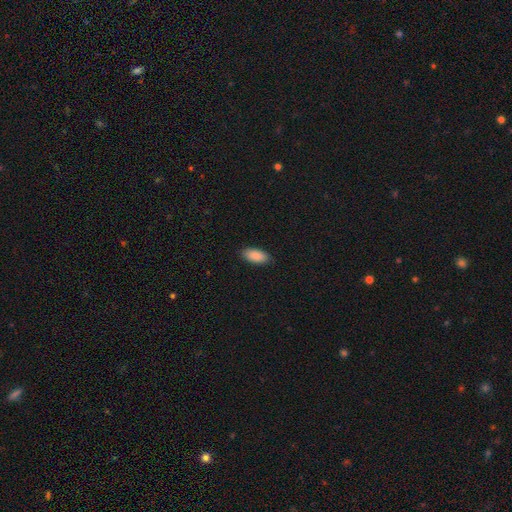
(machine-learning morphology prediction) Smooth or featured? smooth (90%)
How rounded? in between (91%)
Merging? none (88%)